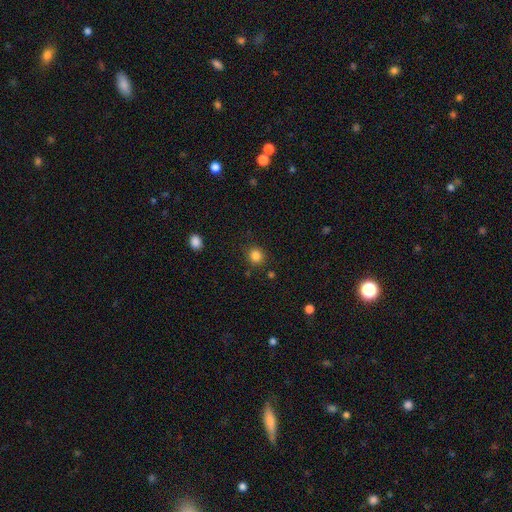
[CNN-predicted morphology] The model was most divided on "smooth or featured": smooth: 85%, star or artifact: 11%, featured or disk: 4%. More confident: how rounded — round (88%); merging — none (86%).